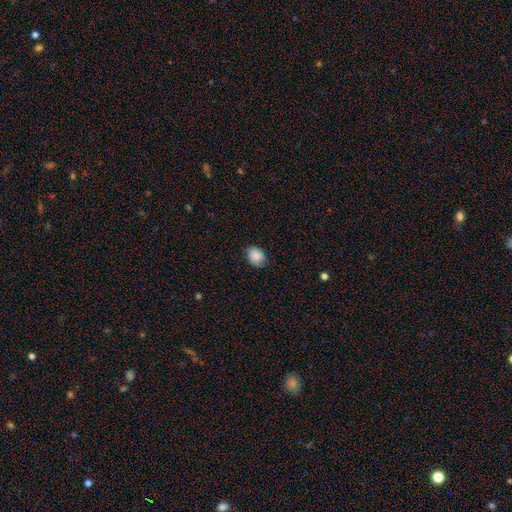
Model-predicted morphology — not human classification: type=smooth (86%); roundness=in between (59%); merging=none (76%).